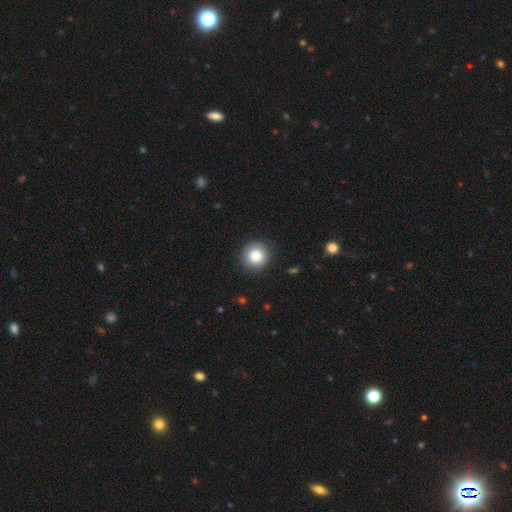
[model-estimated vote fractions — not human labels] A smooth galaxy with no disk features (85%) that is round (94%). Merging: none (89%).